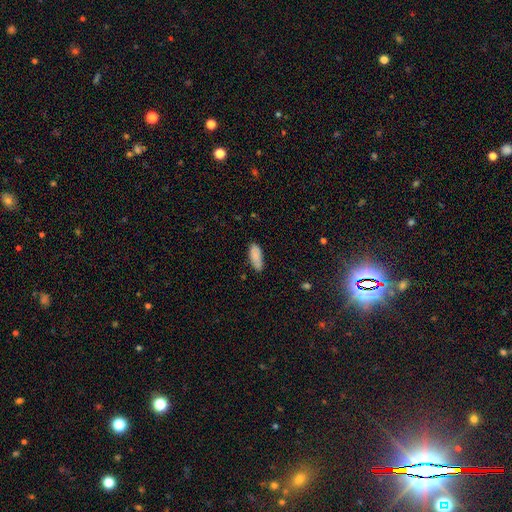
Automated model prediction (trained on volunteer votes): Smooth or featured? smooth (85%)
How rounded? in between (79%)
Merging? none (72%)